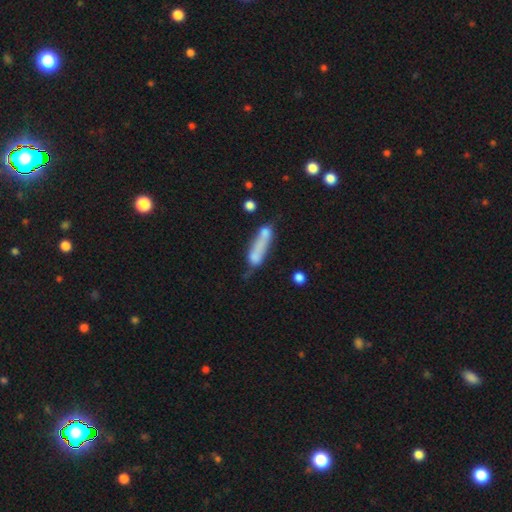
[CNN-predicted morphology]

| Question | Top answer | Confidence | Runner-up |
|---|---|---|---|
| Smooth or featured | smooth | 62% | featured or disk (27%) |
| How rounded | cigar-shaped | 62% | in between (33%) |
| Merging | merger | 34% | none (23%) |